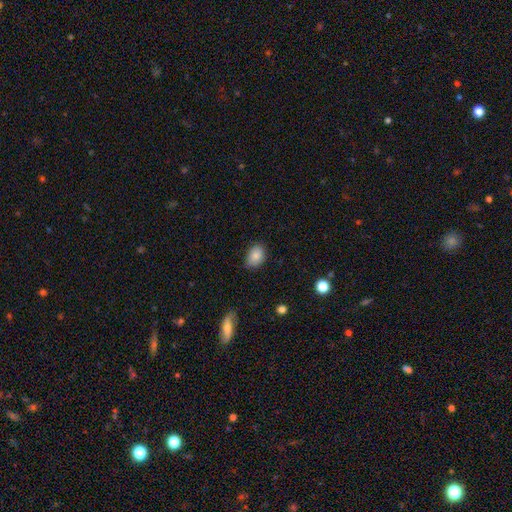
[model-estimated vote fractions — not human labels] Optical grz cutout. It shows a smooth galaxy with no disk features (86%) that is in between round and cigar-shaped (78%). Merging: none (78%).